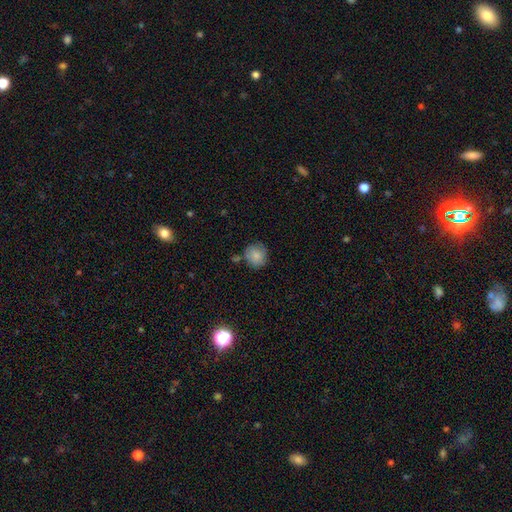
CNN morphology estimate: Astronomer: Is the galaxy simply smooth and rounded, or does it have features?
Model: smooth — 83%.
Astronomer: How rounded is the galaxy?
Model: round — 89%.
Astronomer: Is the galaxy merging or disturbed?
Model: none — 72%.